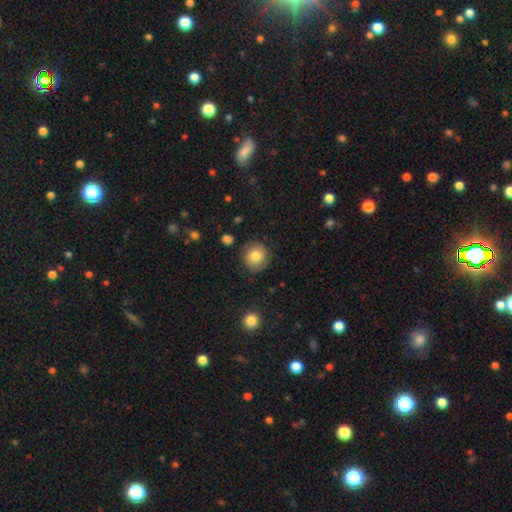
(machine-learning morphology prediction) Smooth or featured? smooth (71%)
How rounded? round (86%)
Merging? none (82%)